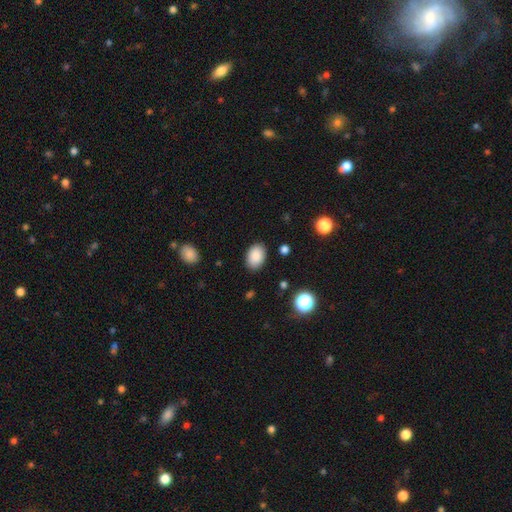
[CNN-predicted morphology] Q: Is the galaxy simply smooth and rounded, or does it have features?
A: smooth — 87%.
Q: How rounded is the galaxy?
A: in between — 84%.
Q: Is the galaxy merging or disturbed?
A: none — 87%.